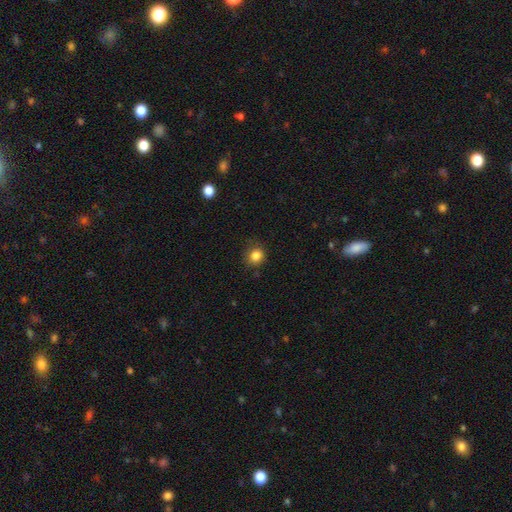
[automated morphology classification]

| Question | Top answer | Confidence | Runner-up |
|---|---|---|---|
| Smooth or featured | smooth | 84% | star or artifact (11%) |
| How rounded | round | 82% | in between (17%) |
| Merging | none | 79% | minor disturbance (16%) |